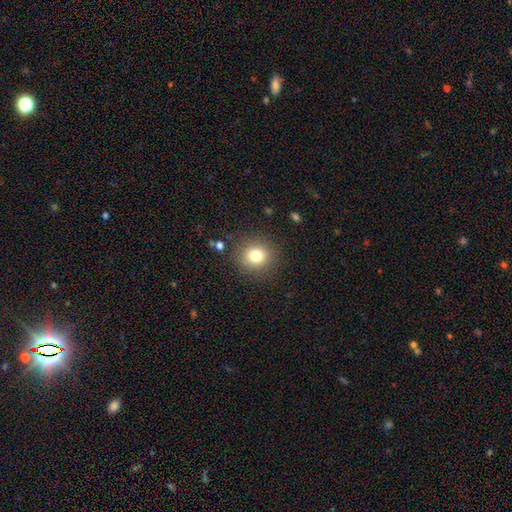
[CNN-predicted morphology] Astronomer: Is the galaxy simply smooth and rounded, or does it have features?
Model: smooth — 78%.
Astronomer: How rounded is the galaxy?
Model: round — 88%.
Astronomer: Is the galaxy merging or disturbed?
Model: none — 88%.